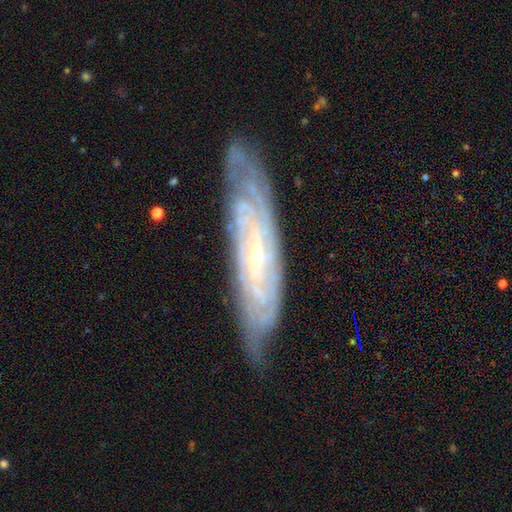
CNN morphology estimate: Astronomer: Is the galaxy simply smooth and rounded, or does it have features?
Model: featured or disk — 83%.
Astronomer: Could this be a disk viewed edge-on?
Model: no — 74%.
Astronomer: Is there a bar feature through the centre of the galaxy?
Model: no — 45% (runner-up: weak, 37%).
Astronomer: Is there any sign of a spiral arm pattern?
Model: yes — 95%.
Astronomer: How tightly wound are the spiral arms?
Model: tight — 74%.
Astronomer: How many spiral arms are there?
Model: can't tell — 48%.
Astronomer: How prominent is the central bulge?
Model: small — 76%.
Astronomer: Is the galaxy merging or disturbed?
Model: none — 75%.